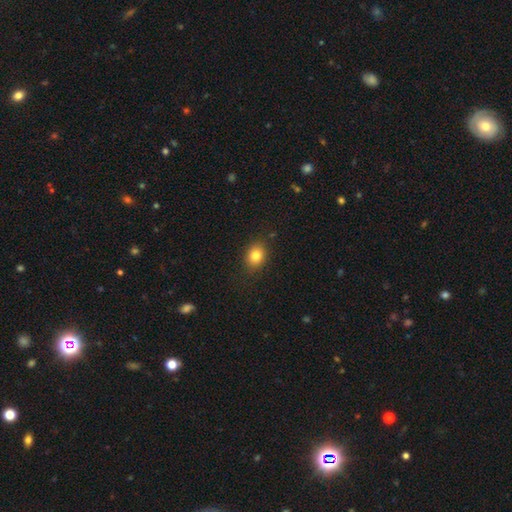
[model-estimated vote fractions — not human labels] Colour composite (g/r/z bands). It shows a smooth galaxy with no disk features (82%) that is in between round and cigar-shaped (52%). Merging: none (85%).